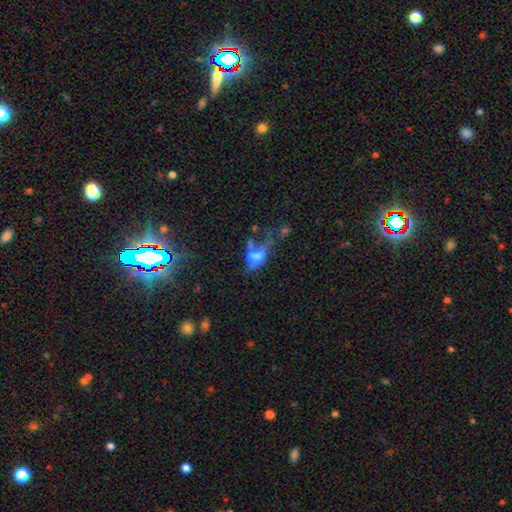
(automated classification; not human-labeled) A smooth galaxy with no disk features (49%).

Vote fractions:
- Smooth or featured? smooth: 49% / featured or disk: 36% / star or artifact: 15%
- Merging? major disturbance: 35% / merger: 33% / none: 18% / minor disturbance: 14%